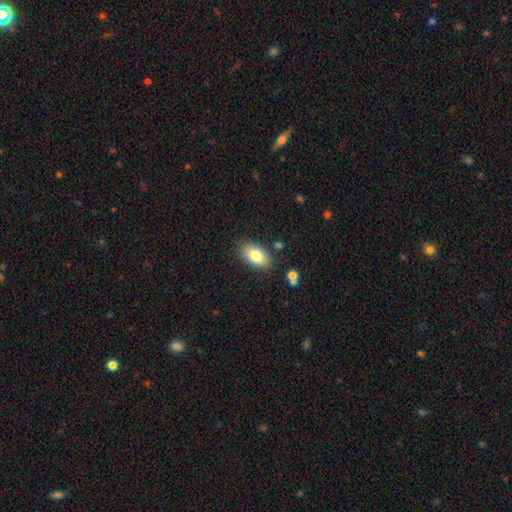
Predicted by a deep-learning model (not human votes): Smooth or featured: smooth — 81% (featured or disk — 12%)
How rounded: in between — 92% (round — 6%)
Merging: none — 84% (minor disturbance — 11%)